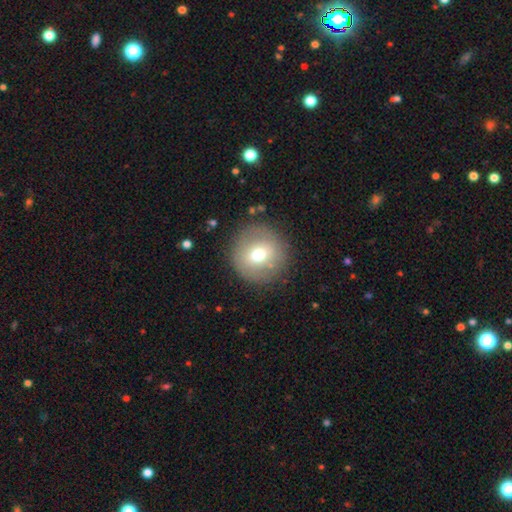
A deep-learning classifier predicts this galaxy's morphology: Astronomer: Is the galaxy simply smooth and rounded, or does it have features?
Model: smooth — 62%.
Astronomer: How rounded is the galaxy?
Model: round — 95%.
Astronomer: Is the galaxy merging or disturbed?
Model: none — 87%.